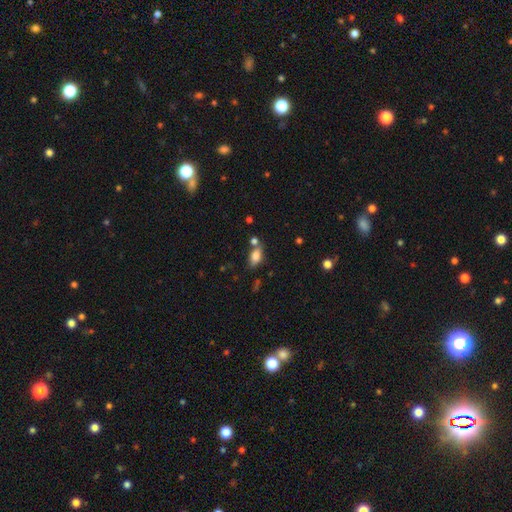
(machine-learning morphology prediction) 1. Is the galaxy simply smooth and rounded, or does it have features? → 80% smooth, 11% featured or disk, 9% star or artifact.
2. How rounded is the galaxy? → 87% in between, 7% round, 6% cigar-shaped.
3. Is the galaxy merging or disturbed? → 65% none, 16% minor disturbance, 15% merger, 4% major disturbance.